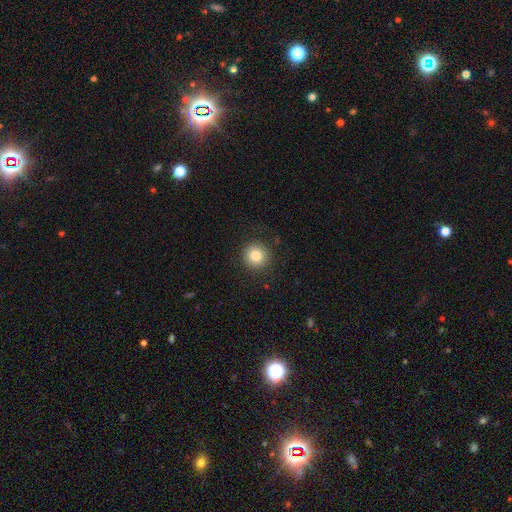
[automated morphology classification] Smooth or featured: smooth — 82% (star or artifact — 11%)
How rounded: round — 94% (in between — 5%)
Merging: none — 89% (minor disturbance — 7%)